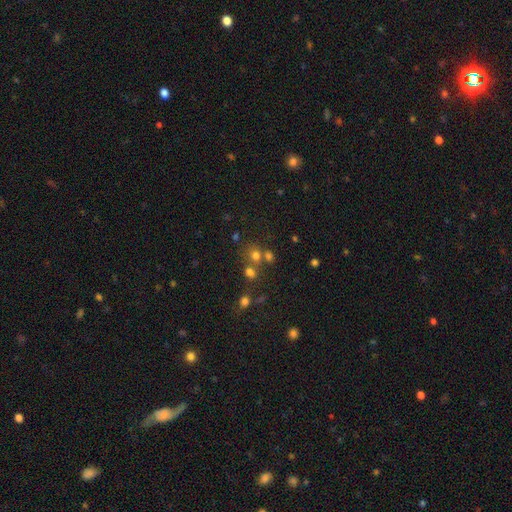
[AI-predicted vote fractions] This appears to be a smooth galaxy with no disk features (65%) that is round (75%). Merging: none (55%).